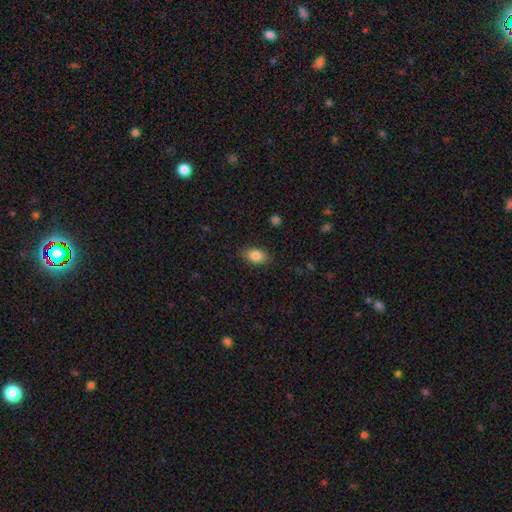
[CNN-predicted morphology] smooth_or_featured: smooth (p=0.84) [alt: star or artifact p=0.08]
how_rounded: in between (p=0.86) [alt: round p=0.12]
merging: none (p=0.86) [alt: minor disturbance p=0.11]